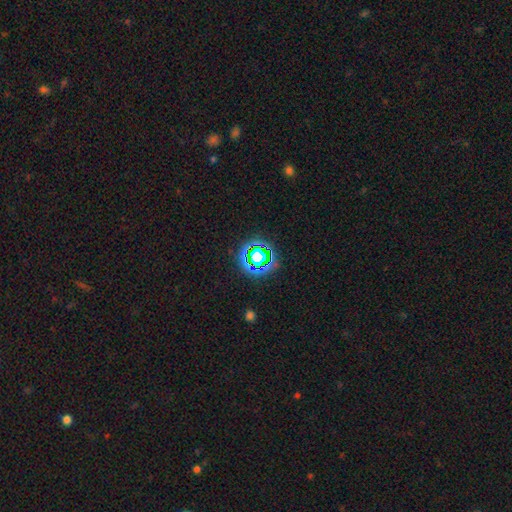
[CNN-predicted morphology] Smooth or featured? Predicted: star or artifact (p=0.64).